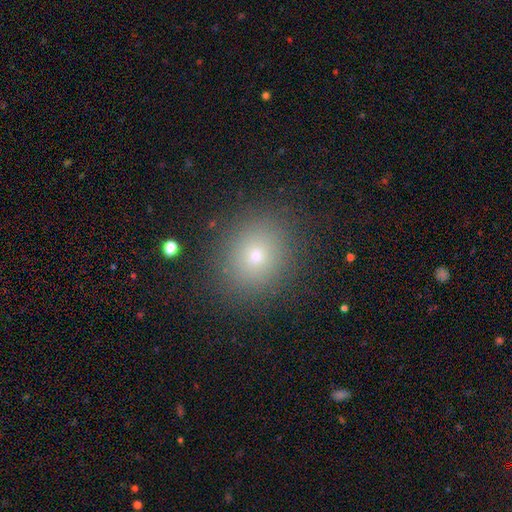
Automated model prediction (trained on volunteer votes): Morphology: type=smooth (70%); roundness=round (78%); merging=none (88%).